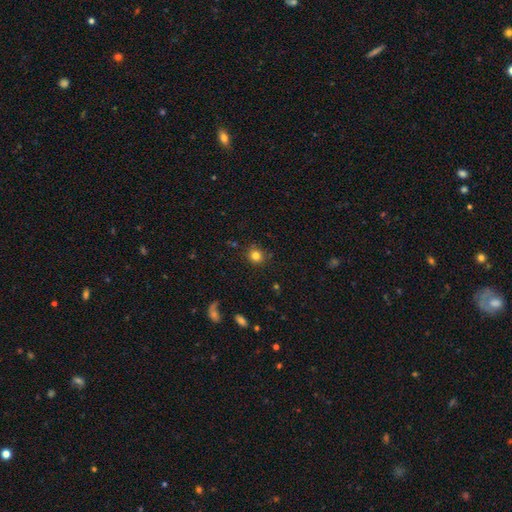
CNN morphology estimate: A smooth galaxy with no disk features (81%) that is round (90%).

Vote fractions:
- Smooth or featured? smooth: 81% / star or artifact: 13% / featured or disk: 6%
- How rounded? round: 90% / in between: 9% / cigar-shaped: 1%
- Merging? none: 87% / minor disturbance: 8% / major disturbance: 3% / merger: 2%